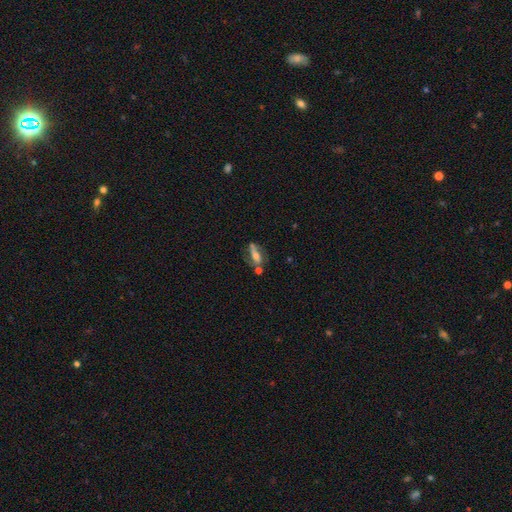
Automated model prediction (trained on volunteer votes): smooth_or_featured: featured or disk (p=0.54) [alt: smooth p=0.35]
disk_edge_on: no (p=0.60) [alt: yes p=0.40]
merging: none (p=0.50) [alt: minor disturbance p=0.19]